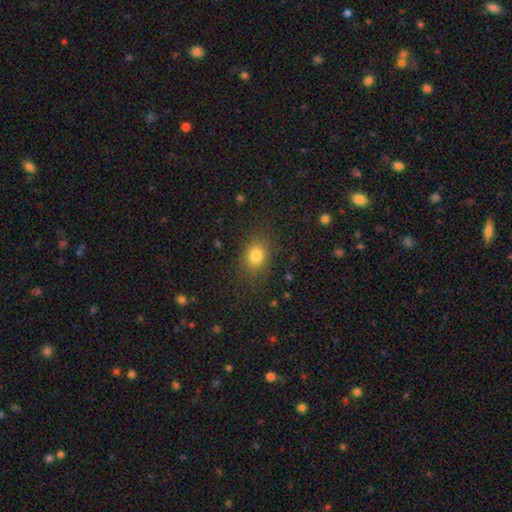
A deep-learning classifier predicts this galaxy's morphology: Smooth or featured? smooth (82%)
How rounded? in between (58%)
Merging? none (83%)